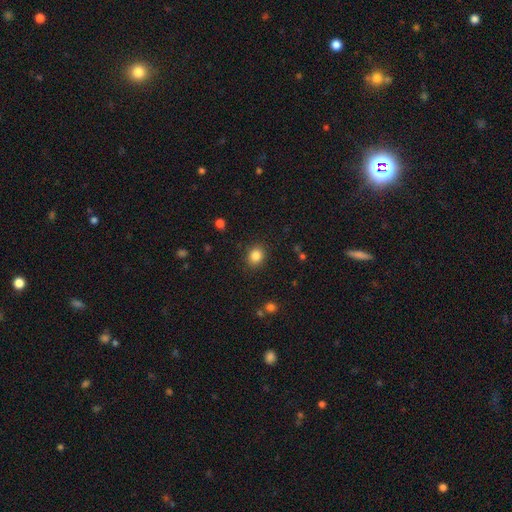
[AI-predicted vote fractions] Q: Smooth or featured?
A: smooth (85%); runner-up: star or artifact (10%)
Q: How rounded?
A: round (66%); runner-up: in between (33%)
Q: Merging?
A: none (88%); runner-up: minor disturbance (8%)